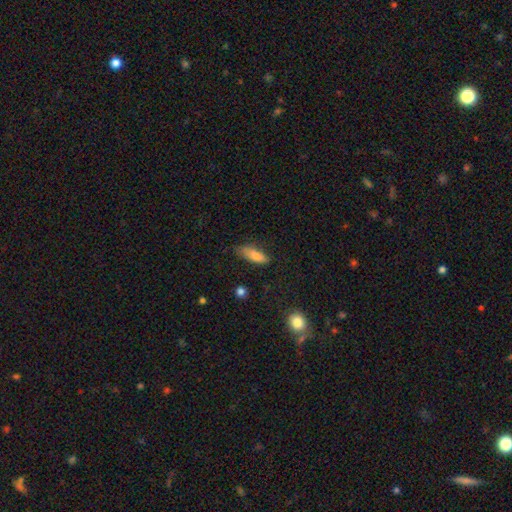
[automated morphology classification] This appears to be a smooth galaxy with no disk features (81%) that is in between round and cigar-shaped (64%). Merging: none (55%).